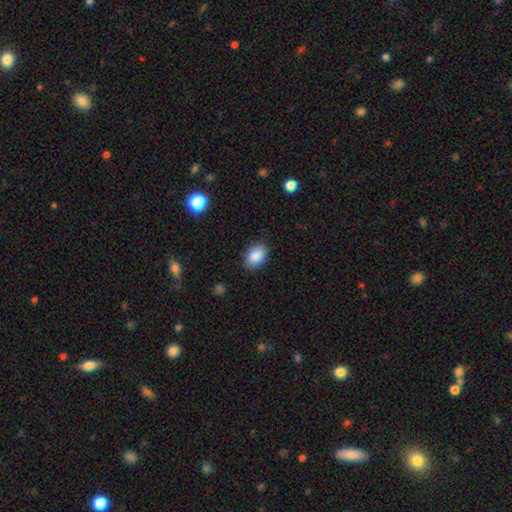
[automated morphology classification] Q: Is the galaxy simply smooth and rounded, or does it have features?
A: smooth — 87%.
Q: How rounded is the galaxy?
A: in between — 82%.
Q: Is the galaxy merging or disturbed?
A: none — 86%.